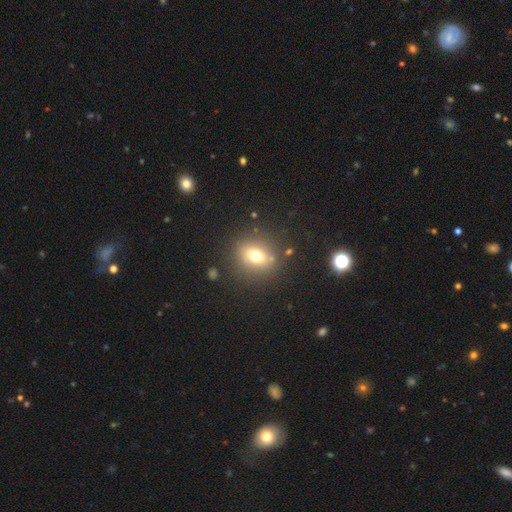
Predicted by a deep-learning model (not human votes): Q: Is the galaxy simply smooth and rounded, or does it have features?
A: smooth — 67%.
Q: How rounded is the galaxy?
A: round — 60%.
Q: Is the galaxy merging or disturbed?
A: none — 82%.